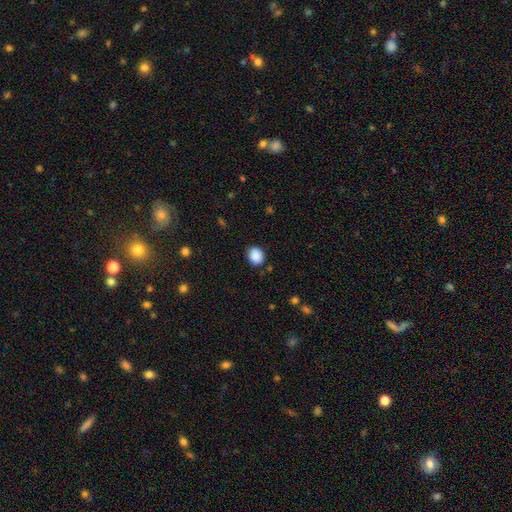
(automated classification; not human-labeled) Smooth or featured: smooth — 89% (star or artifact — 9%)
How rounded: round — 64% (in between — 35%)
Merging: none — 86% (minor disturbance — 10%)